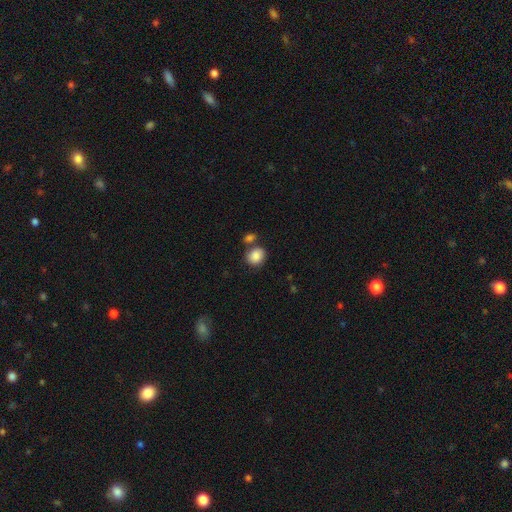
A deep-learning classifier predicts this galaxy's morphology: Smooth or featured? Predicted: smooth (p=0.87). How rounded? Predicted: round (p=0.71). Merging? Predicted: none (p=0.60).